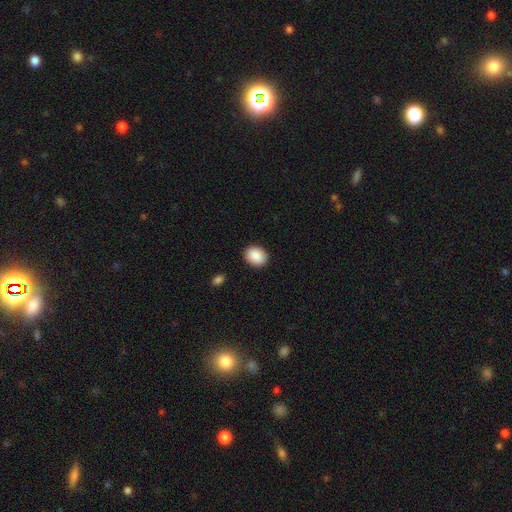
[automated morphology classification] This appears to be a smooth galaxy with no disk features (90%) that is in between round and cigar-shaped (51%). Merging: none (90%).